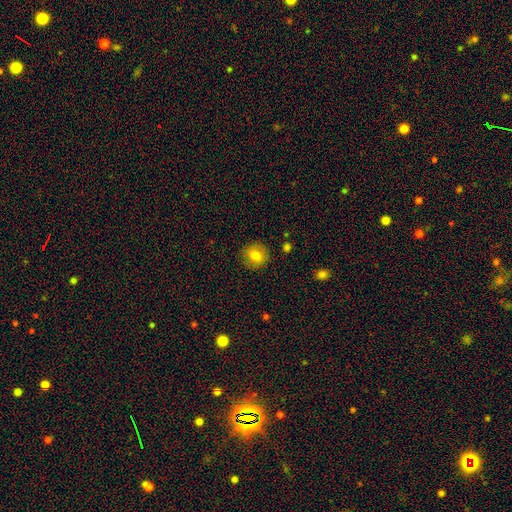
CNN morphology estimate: This is likely a smooth galaxy (79%). How rounded: clearly round (84%). Merging: clearly none (88%).